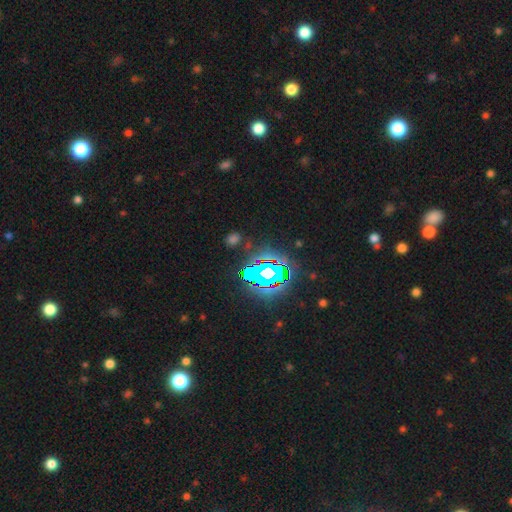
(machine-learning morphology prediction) Smooth or featured? Predicted: star or artifact (p=0.83).